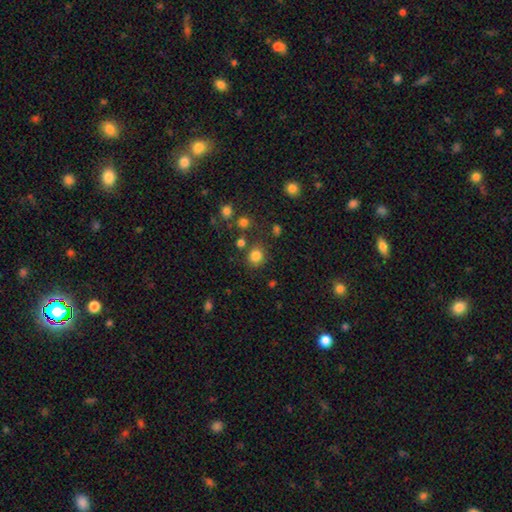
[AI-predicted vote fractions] Overall: smooth (82%). How rounded: round (85%). Merging: none (81%).